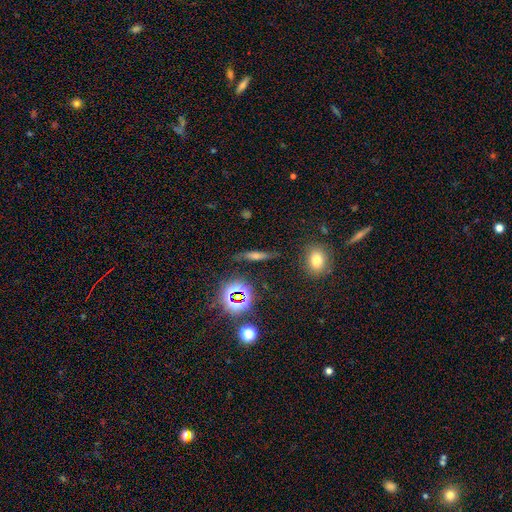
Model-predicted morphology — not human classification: smooth_or_featured: smooth (p=0.37) [alt: featured or disk p=0.36]
merging: none (p=0.84) [alt: minor disturbance p=0.11]